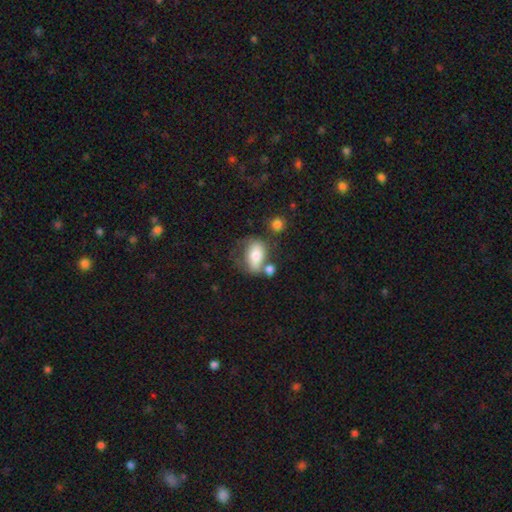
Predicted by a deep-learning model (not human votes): A smooth galaxy with no disk features (70%) that is in between round and cigar-shaped (83%). Merging: none (36%).